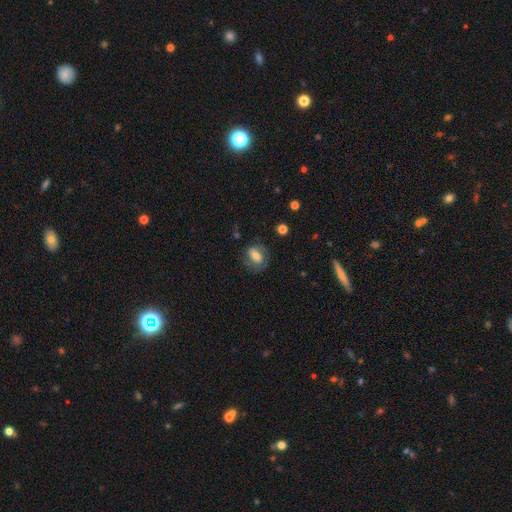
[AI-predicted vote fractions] This appears to be a smooth galaxy with no disk features (47%). Merging: none (64%).